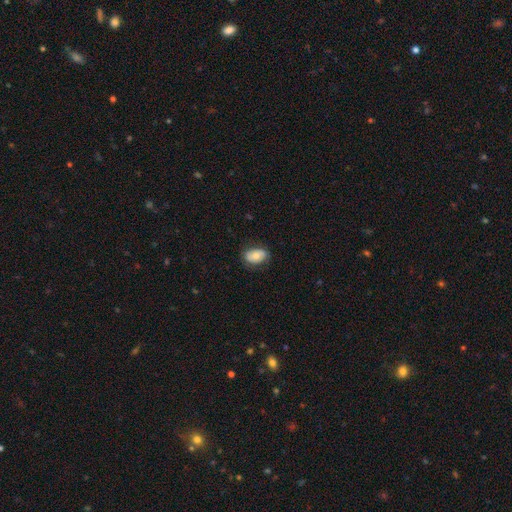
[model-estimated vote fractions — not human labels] The model was most divided on "smooth or featured": smooth: 72%, featured or disk: 21%, star or artifact: 7%. More confident: how rounded — in between (88%); merging — none (76%).